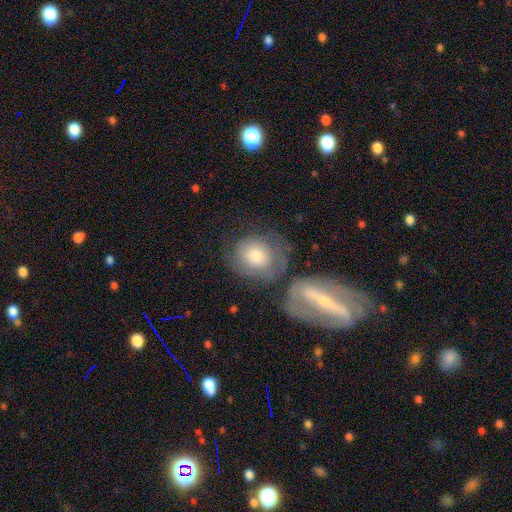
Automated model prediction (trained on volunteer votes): Smooth or featured? Predicted: smooth (p=0.54). How rounded? Predicted: round (p=0.73). Merging? Predicted: none (p=0.46).